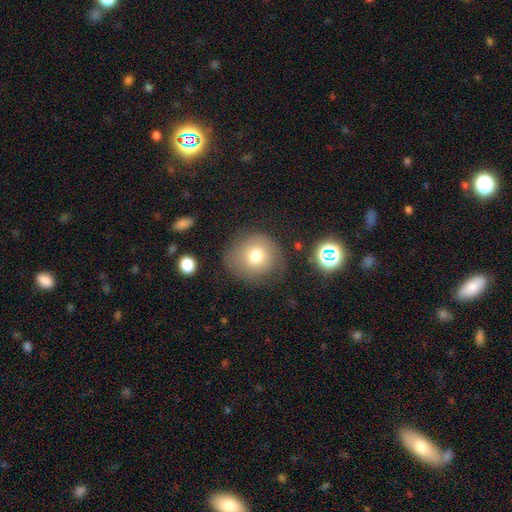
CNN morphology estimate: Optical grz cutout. It shows a smooth galaxy with no disk features (72%) that is round (85%). Merging: none (70%).